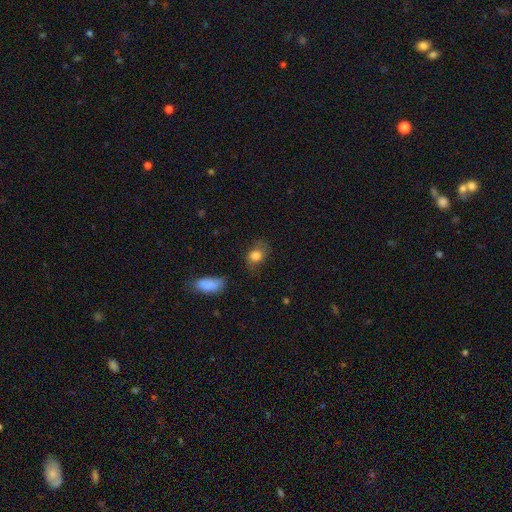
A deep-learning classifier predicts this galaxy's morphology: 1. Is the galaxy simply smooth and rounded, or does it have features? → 77% smooth, 14% featured or disk, 9% star or artifact.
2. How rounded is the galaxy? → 65% in between, 33% round, 2% cigar-shaped.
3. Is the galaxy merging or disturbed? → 62% none, 24% minor disturbance, 10% major disturbance, 3% merger.